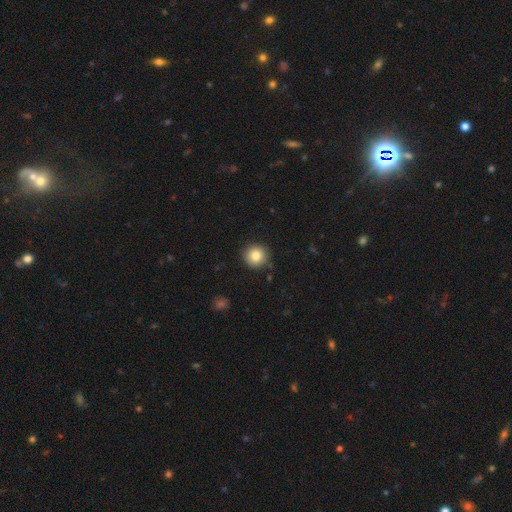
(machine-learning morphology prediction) Q: Smooth or featured?
A: smooth (83%); runner-up: star or artifact (10%)
Q: How rounded?
A: round (94%); runner-up: in between (5%)
Q: Merging?
A: none (87%); runner-up: minor disturbance (9%)